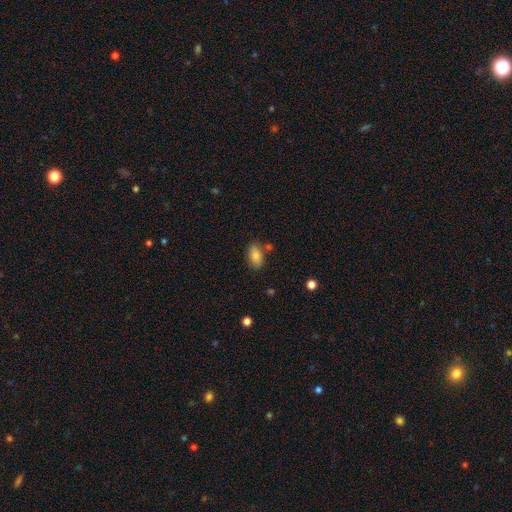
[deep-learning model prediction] A smooth galaxy with no disk features (84%) that is in between round and cigar-shaped (92%).

Vote fractions:
- Smooth or featured? smooth: 84% / featured or disk: 8% / star or artifact: 8%
- How rounded? in between: 92% / round: 5% / cigar-shaped: 3%
- Merging? none: 75% / minor disturbance: 14% / merger: 7% / major disturbance: 4%